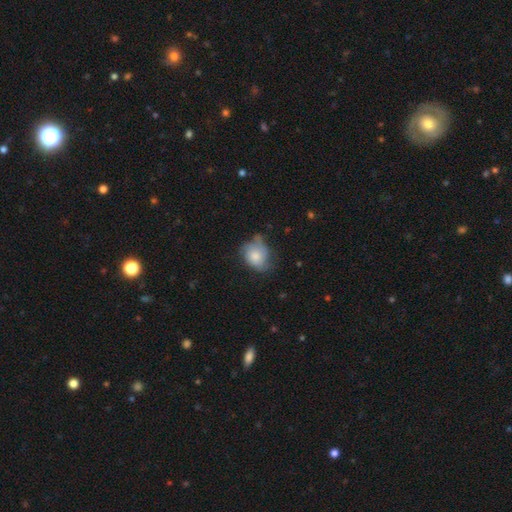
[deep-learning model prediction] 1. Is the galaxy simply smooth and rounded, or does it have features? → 68% smooth, 25% featured or disk, 8% star or artifact.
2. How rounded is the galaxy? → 56% in between, 42% round, 1% cigar-shaped.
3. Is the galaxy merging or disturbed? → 41% none, 38% minor disturbance, 17% major disturbance, 3% merger.